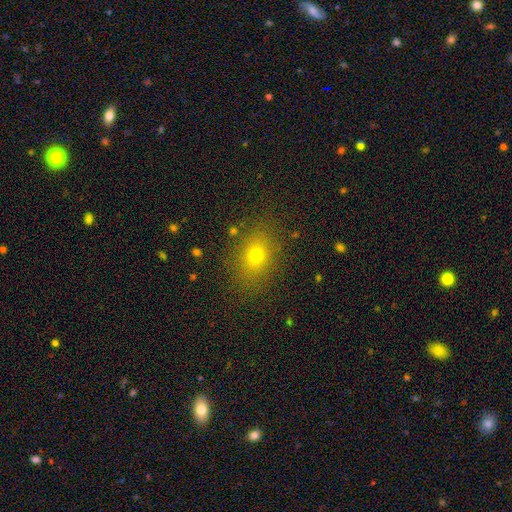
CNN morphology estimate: This is likely a smooth galaxy (71%). How rounded: possibly in between (58%). Merging: clearly none (84%).